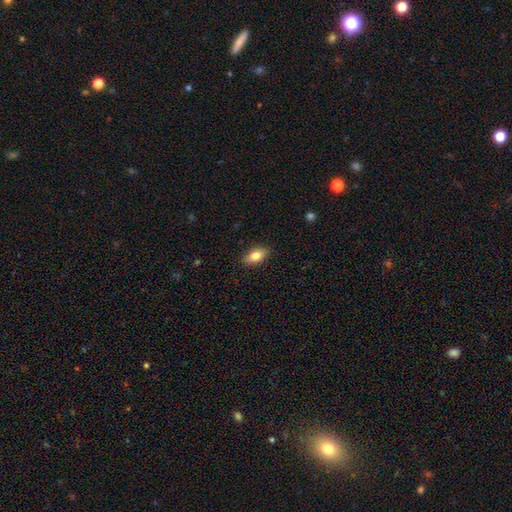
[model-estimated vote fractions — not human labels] Smooth or featured? smooth (81%)
How rounded? in between (88%)
Merging? none (87%)